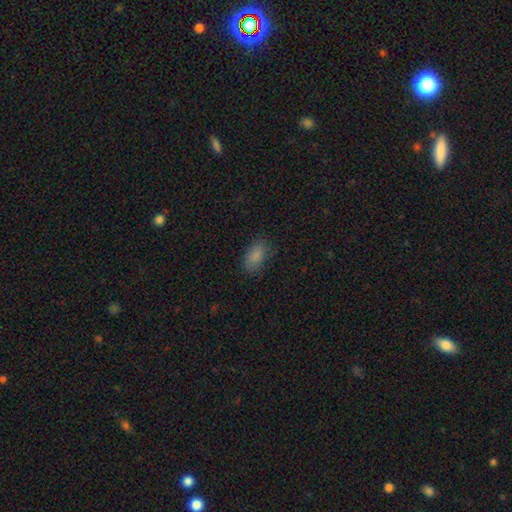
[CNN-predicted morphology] Smooth or featured? Predicted: smooth (p=0.85). How rounded? Predicted: in between (p=0.91). Merging? Predicted: none (p=0.79).